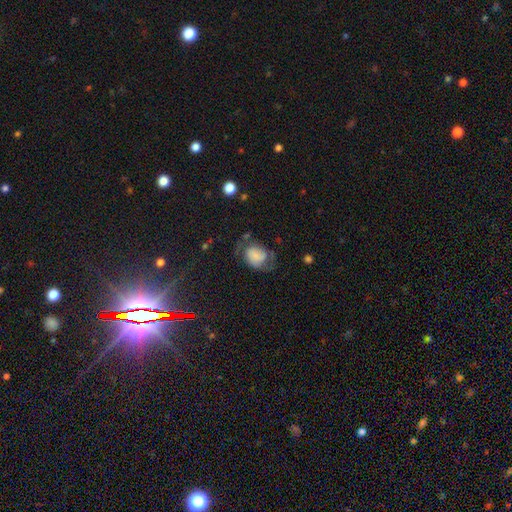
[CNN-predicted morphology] Smooth or featured? Predicted: smooth (p=0.54). How rounded? Predicted: in between (p=0.58). Merging? Predicted: none (p=0.44).